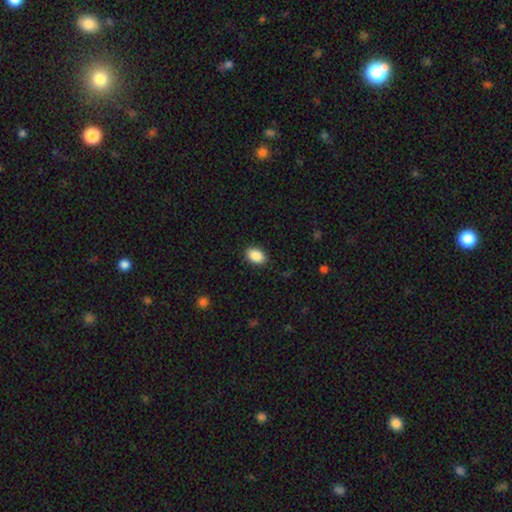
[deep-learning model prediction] A smooth galaxy with no disk features (90%) that is in between round and cigar-shaped (84%). Merging: none (89%).